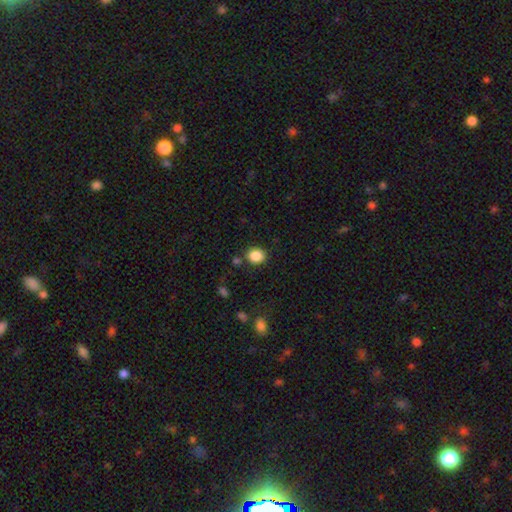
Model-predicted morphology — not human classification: This is clearly a smooth galaxy (87%). How rounded: likely round (69%). Merging: clearly none (82%).